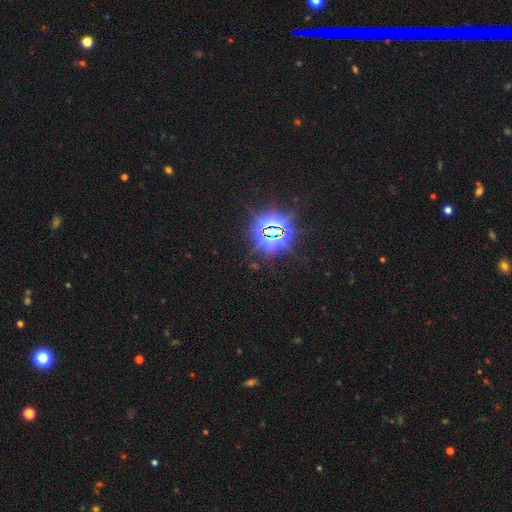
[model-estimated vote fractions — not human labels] Smooth or featured? Predicted: star or artifact (p=0.81).